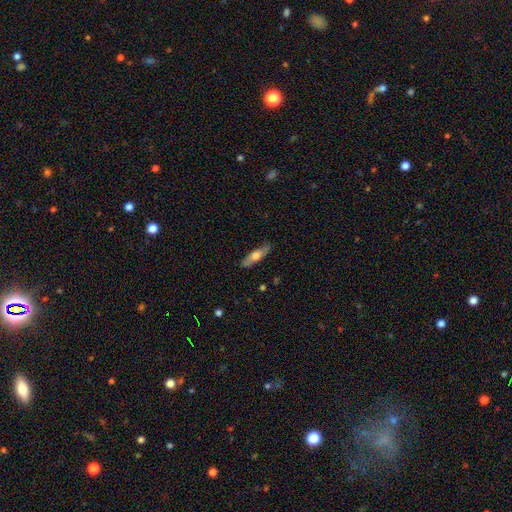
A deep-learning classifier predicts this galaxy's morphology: This appears to be a smooth galaxy with no disk features (56%) that is cigar-shaped (63%). Merging: none (85%).